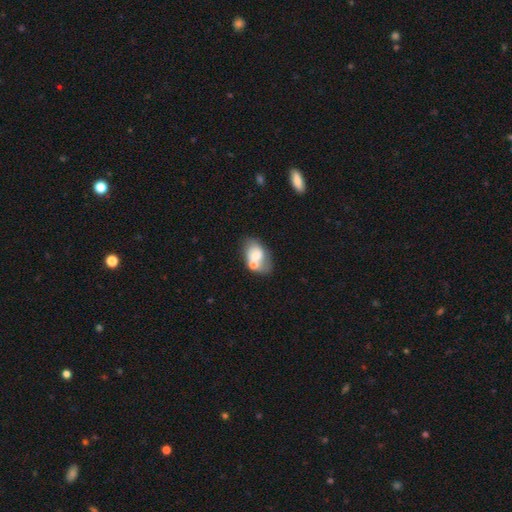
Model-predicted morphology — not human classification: Overall: smooth (56%; featured or disk 36%). How rounded: in between (84%). Merging: merger (40%; none 32%).